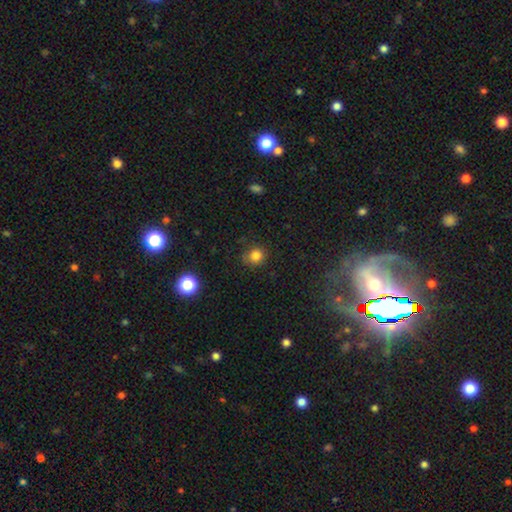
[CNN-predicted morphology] type=smooth (81%); roundness=round (86%); merging=none (77%).